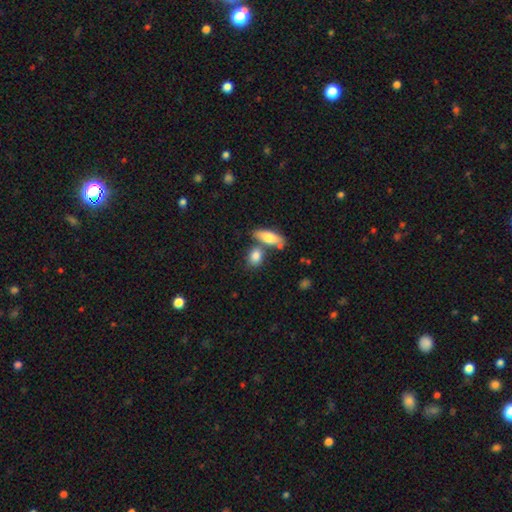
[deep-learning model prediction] This appears to be a smooth galaxy with no disk features (83%) that is in between round and cigar-shaped (59%). Merging: none (56%).